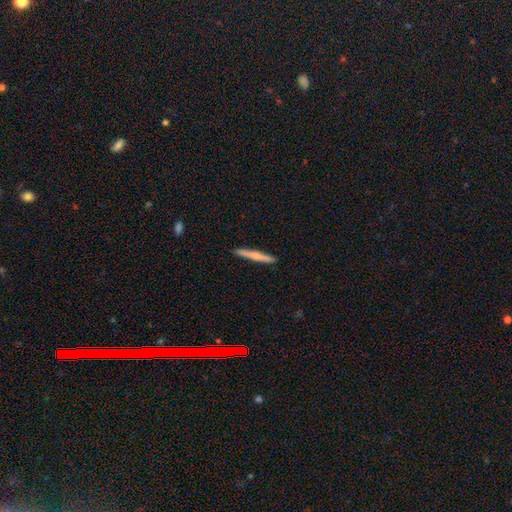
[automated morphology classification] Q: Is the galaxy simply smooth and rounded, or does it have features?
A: smooth — 61%.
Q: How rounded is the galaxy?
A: cigar-shaped — 96%.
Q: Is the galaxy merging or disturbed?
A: none — 91%.